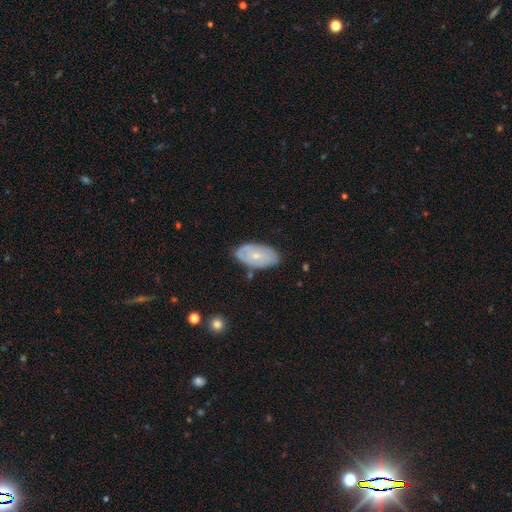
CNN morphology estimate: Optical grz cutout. It shows a featured or disk galaxy (52%). Merging: none (74%).